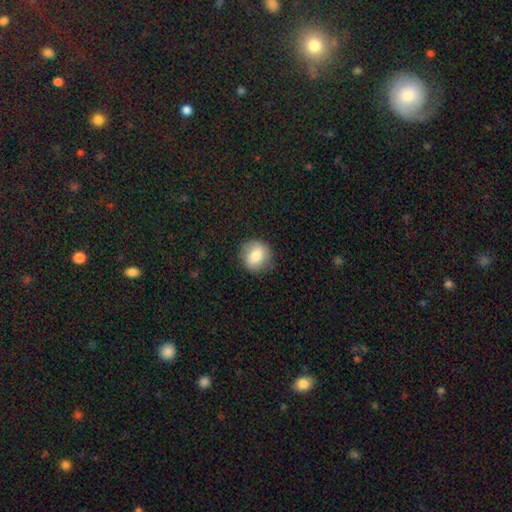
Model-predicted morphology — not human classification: A smooth galaxy with no disk features (76%) that is round (86%).

Vote fractions:
- Smooth or featured? smooth: 76% / featured or disk: 16% / star or artifact: 8%
- How rounded? round: 86% / in between: 13% / cigar-shaped: 1%
- Merging? none: 84% / minor disturbance: 12% / major disturbance: 3% / merger: 1%